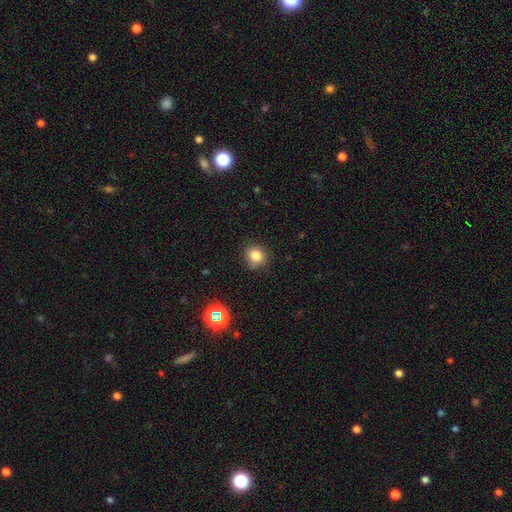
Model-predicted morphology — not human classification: type=smooth (82%); roundness=round (83%); merging=none (81%).